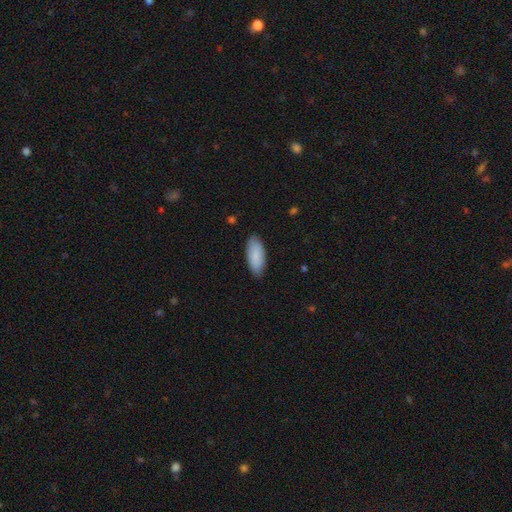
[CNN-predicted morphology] smooth 89%, featured or disk 6%, star or artifact 5%. Down the decision tree: how rounded — in between (84%); merging — none (86%).